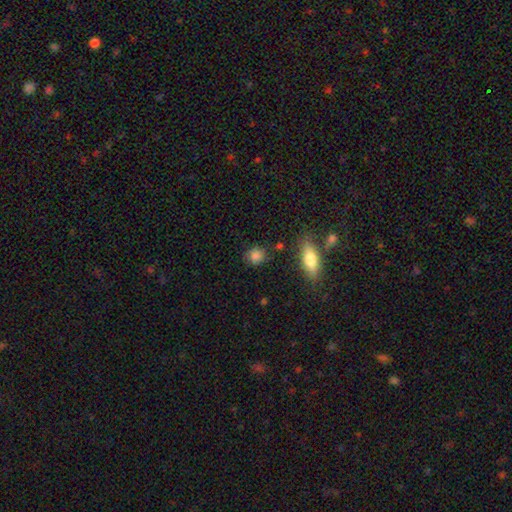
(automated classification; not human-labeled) Morphology: type=smooth (85%); roundness=round (74%); merging=none (78%).